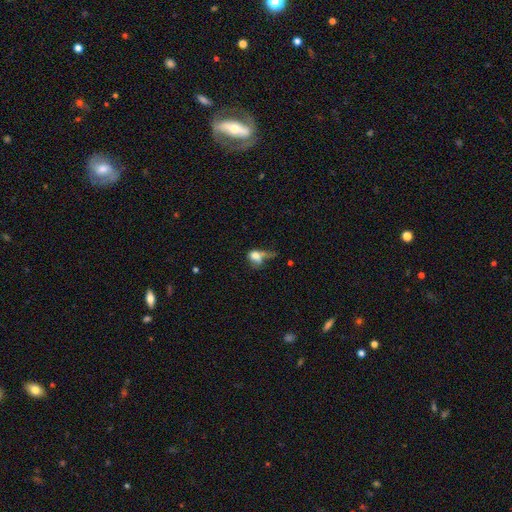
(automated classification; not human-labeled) A smooth galaxy with no disk features (63%) that is in between round and cigar-shaped (68%).

Vote fractions:
- Smooth or featured? smooth: 63% / featured or disk: 24% / star or artifact: 13%
- How rounded? in between: 68% / round: 27% / cigar-shaped: 5%
- Merging? major disturbance: 40% / merger: 21% / none: 21% / minor disturbance: 18%